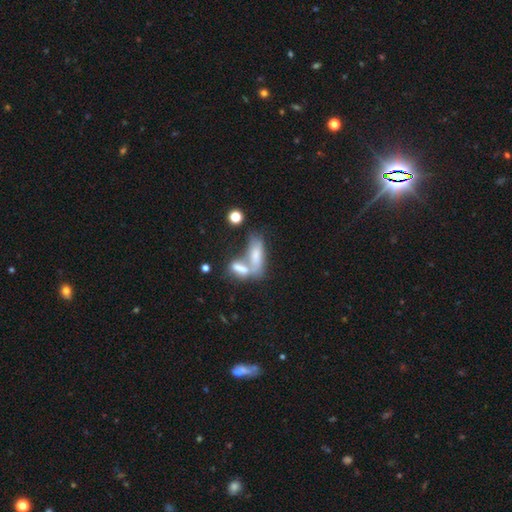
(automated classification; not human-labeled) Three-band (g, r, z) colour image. It shows a smooth galaxy with no disk features (64%) that is in between round and cigar-shaped (63%). Merging: merger (62%).